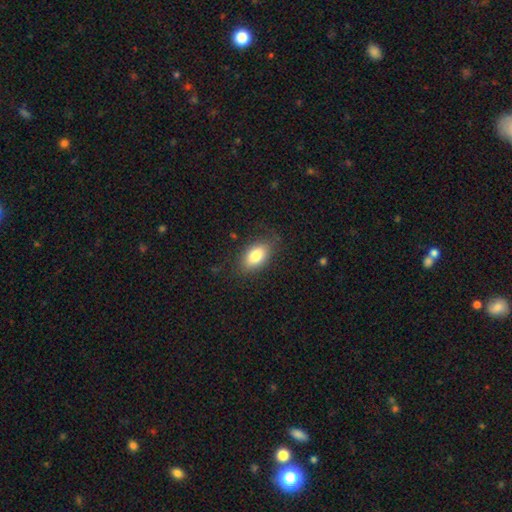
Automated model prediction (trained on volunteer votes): smooth_or_featured: smooth (p=0.81) [alt: featured or disk p=0.11]
how_rounded: in between (p=0.90) [alt: round p=0.07]
merging: none (p=0.78) [alt: minor disturbance p=0.16]